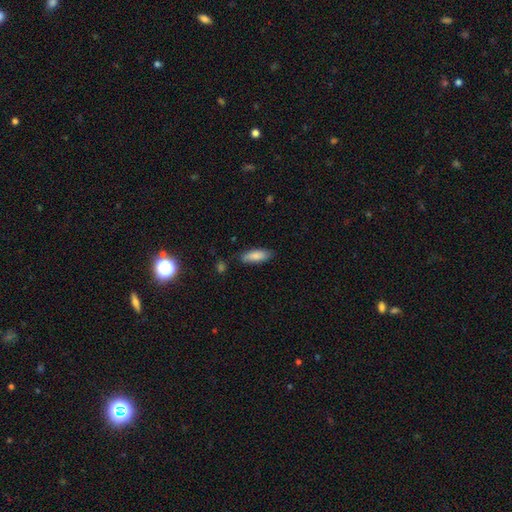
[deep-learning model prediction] smooth_or_featured: smooth (p=0.84) [alt: featured or disk p=0.10]
how_rounded: in between (p=0.65) [alt: cigar-shaped p=0.34]
merging: none (p=0.76) [alt: minor disturbance p=0.18]